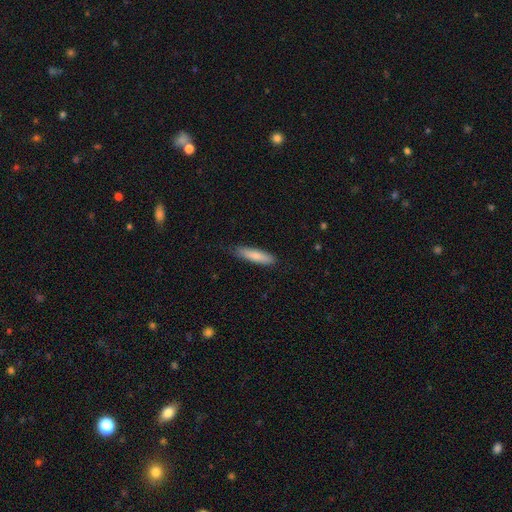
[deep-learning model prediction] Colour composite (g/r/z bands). It shows a smooth galaxy with no disk features (79%) that is cigar-shaped (76%). Merging: none (79%).